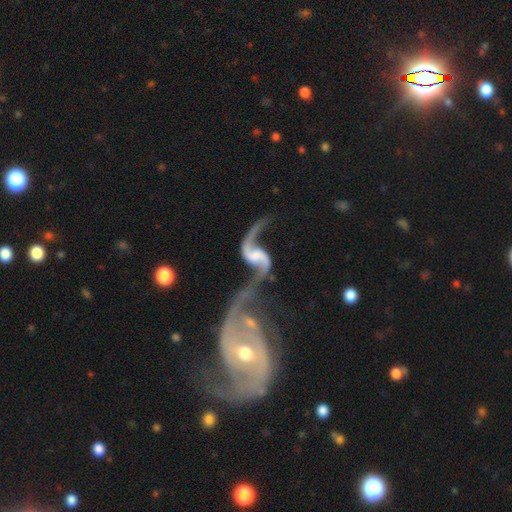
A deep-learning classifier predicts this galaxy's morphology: A featured or disk galaxy (92%) with a weak bar (43%), 2 (94%) loose (89%) spiral arms (97%) and no central bulge (39%).

Vote fractions:
- Smooth or featured? featured or disk: 92% / star or artifact: 4% / smooth: 4%
- Edge-on disk? no: 97% / yes: 3%
- Bar? weak: 43% / no: 39% / strong: 18%
- Spiral arms? yes: 97% / no: 3%
- Spiral winding? loose: 89% / medium: 9% / tight: 3%
- Spiral arm count? 2: 94% / 1: 2% / can't tell: 1% / 3: 1% / 4: 1% / more than 4: 1%
- Bulge size? none: 39% / moderate: 25% / small: 24% / large: 10% / dominant: 3%
- Merging? merger: 40% / none: 36% / minor disturbance: 12% / major disturbance: 12%